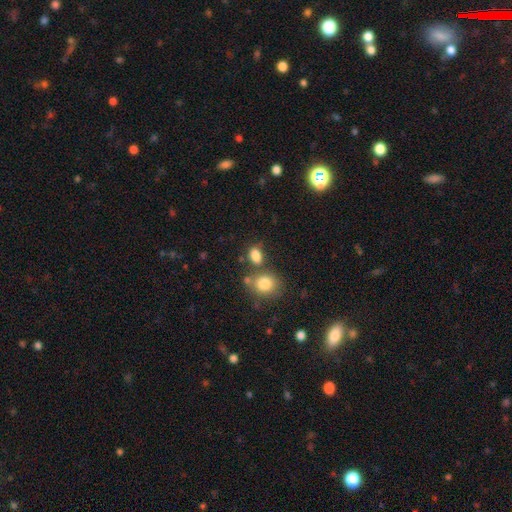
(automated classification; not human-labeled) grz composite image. It shows a smooth galaxy with no disk features (84%) that is in between round and cigar-shaped (75%). Merging: none (59%).